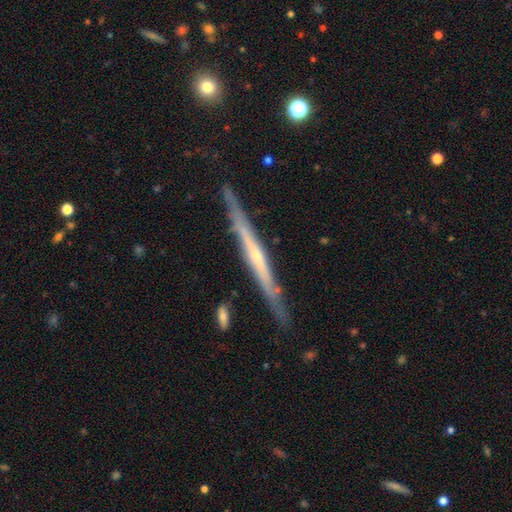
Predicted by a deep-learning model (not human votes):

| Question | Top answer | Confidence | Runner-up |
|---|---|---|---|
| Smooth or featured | featured or disk | 76% | smooth (18%) |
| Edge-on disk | yes | 95% | no (5%) |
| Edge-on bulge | none | 53% | rounded (41%) |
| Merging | none | 82% | minor disturbance (14%) |